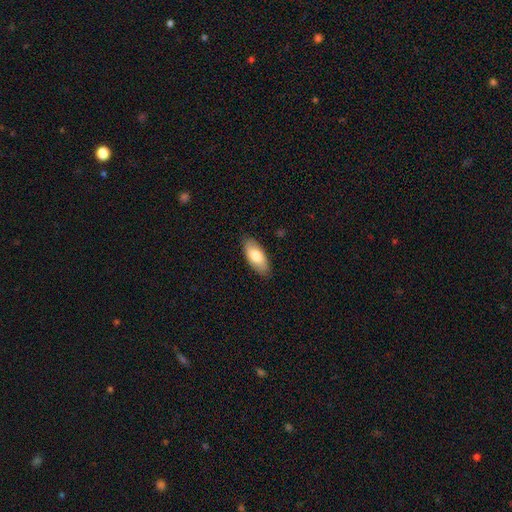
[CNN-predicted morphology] Q: Smooth or featured?
A: smooth (77%); runner-up: featured or disk (17%)
Q: How rounded?
A: in between (88%); runner-up: cigar-shaped (10%)
Q: Merging?
A: none (86%); runner-up: minor disturbance (11%)